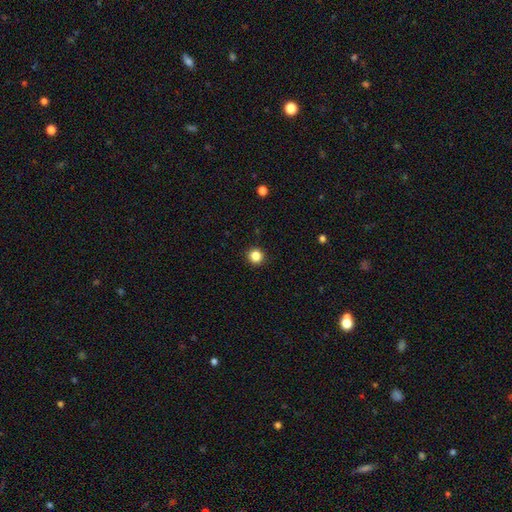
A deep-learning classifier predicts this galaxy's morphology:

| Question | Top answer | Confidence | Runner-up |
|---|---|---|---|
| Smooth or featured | smooth | 85% | star or artifact (11%) |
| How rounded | round | 94% | in between (5%) |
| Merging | none | 93% | minor disturbance (5%) |